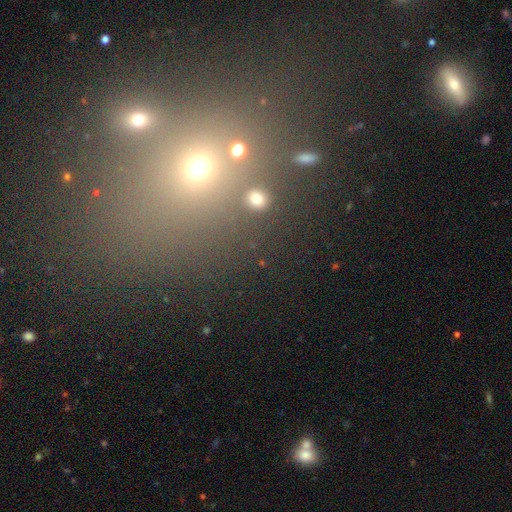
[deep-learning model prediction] A star or artifact, not a galaxy (44%).

Vote fractions:
- Smooth or featured? star or artifact: 44% / smooth: 43% / featured or disk: 13%